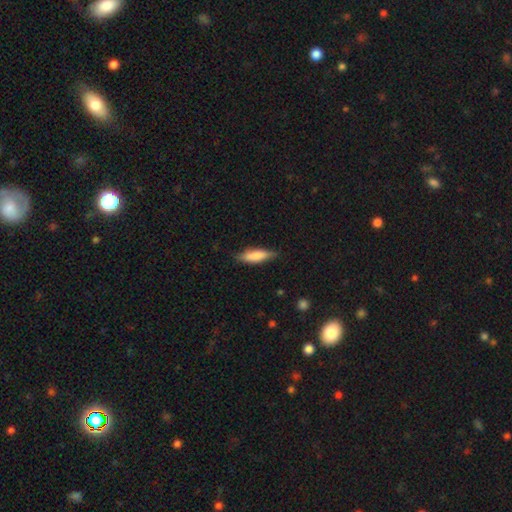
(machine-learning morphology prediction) smooth_or_featured: smooth (p=0.80) [alt: featured or disk p=0.15]
how_rounded: cigar-shaped (p=0.55) [alt: in between p=0.43]
merging: none (p=0.80) [alt: minor disturbance p=0.16]